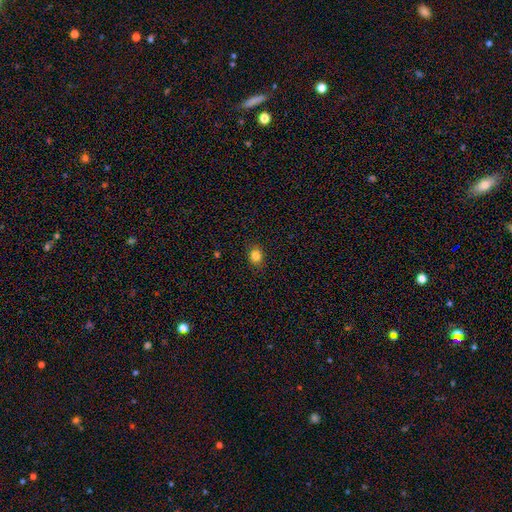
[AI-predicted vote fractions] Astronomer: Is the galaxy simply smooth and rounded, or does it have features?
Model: smooth — 84%.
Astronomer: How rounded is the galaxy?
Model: round — 65%.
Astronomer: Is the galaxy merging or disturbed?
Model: none — 88%.